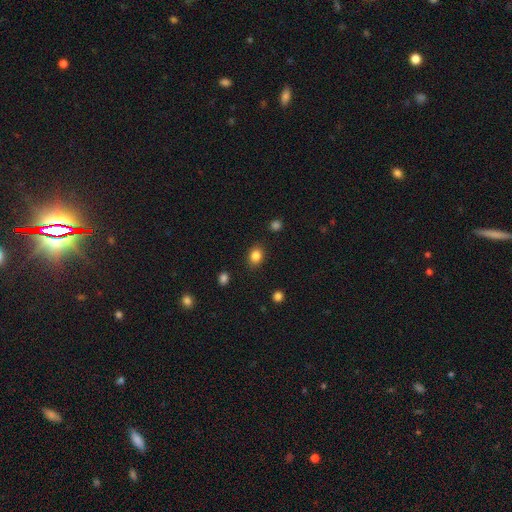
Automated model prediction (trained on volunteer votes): This appears to be a smooth galaxy with no disk features (84%) that is in between round and cigar-shaped (54%). Merging: none (86%).